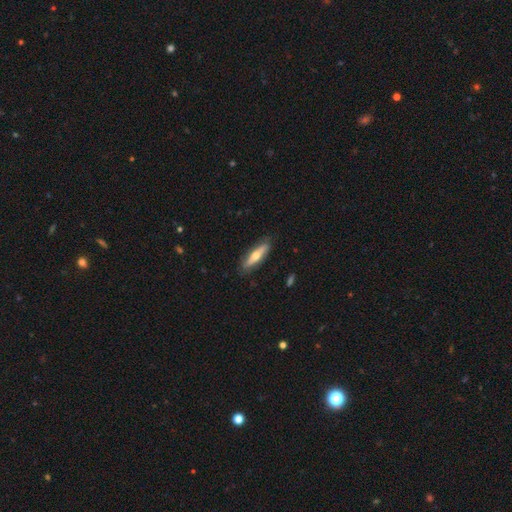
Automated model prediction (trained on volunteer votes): featured or disk 48%, smooth 46%, star or artifact 5%. Down the decision tree: merging — none (82%).